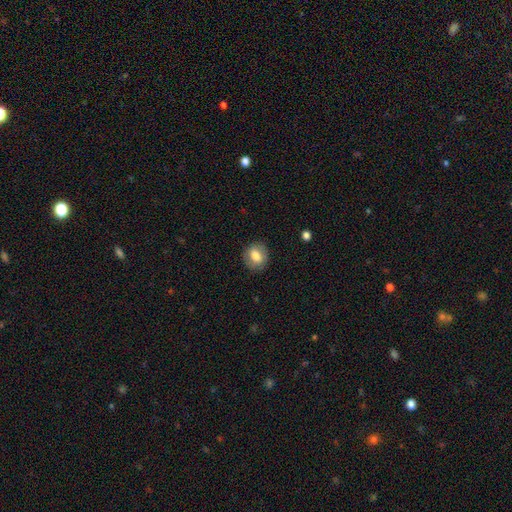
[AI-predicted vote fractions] This appears to be a smooth galaxy with no disk features (75%) that is round (63%). Merging: none (84%).